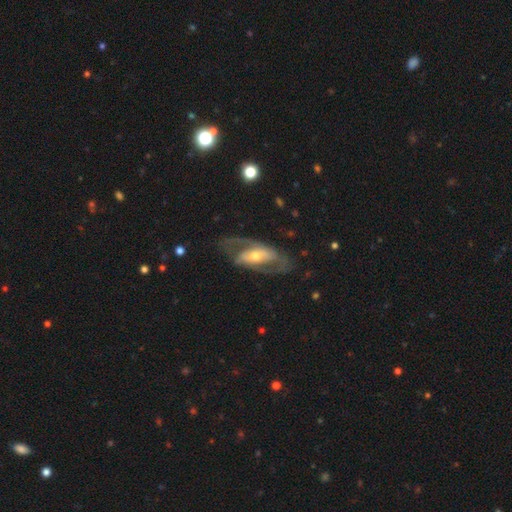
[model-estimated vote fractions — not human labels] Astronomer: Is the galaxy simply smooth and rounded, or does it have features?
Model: featured or disk — 82%.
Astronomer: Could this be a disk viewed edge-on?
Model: no — 91%.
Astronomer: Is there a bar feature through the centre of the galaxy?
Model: strong — 44% (runner-up: weak, 30%).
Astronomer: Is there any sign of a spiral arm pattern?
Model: yes — 81%.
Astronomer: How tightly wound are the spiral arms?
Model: medium — 49% (runner-up: loose, 29%).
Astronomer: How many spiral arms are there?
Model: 2 — 84%.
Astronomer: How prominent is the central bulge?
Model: moderate — 52% (runner-up: small, 39%).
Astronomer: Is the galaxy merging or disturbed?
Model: none — 67%.